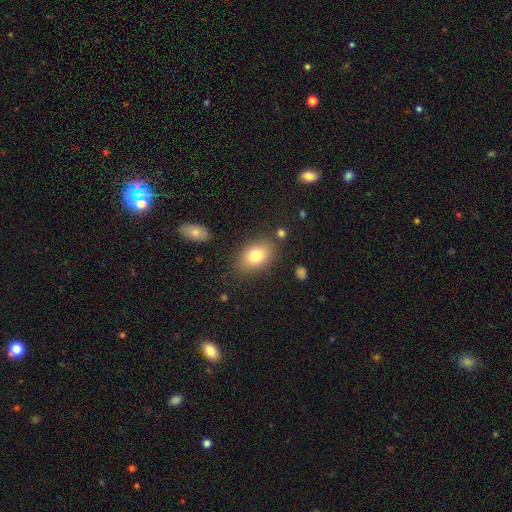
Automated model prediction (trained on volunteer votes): Smooth or featured: smooth — 78% (featured or disk — 13%)
How rounded: in between — 82% (round — 16%)
Merging: none — 82% (minor disturbance — 11%)